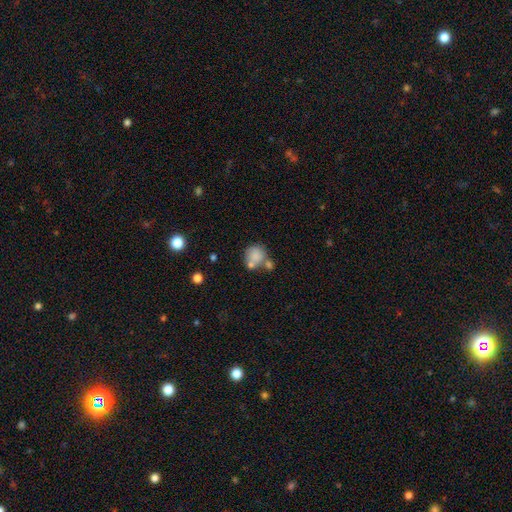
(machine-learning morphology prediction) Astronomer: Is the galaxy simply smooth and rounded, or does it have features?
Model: smooth — 77%.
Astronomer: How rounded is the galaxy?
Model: round — 78%.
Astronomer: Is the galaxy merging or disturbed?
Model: none — 44% (runner-up: merger, 32%).